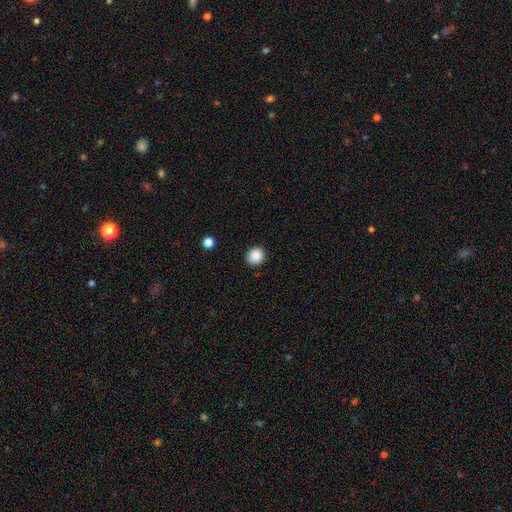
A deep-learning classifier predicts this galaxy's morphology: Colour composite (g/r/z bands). It shows a smooth galaxy with no disk features (87%) that is round (82%). Merging: none (89%).